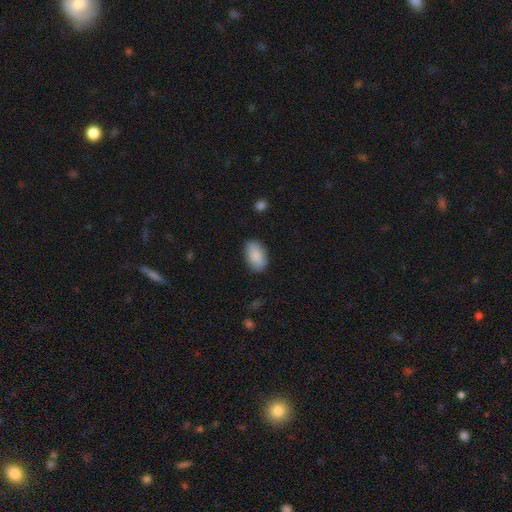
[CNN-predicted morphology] Smooth or featured: smooth — 89% (star or artifact — 6%)
How rounded: in between — 93% (round — 5%)
Merging: none — 84% (minor disturbance — 12%)